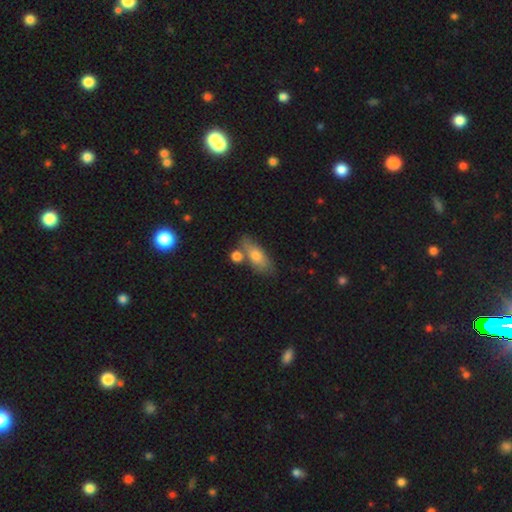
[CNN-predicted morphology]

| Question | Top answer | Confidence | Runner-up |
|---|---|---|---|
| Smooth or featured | smooth | 72% | featured or disk (22%) |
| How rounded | in between | 74% | cigar-shaped (22%) |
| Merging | none | 57% | merger (21%) |